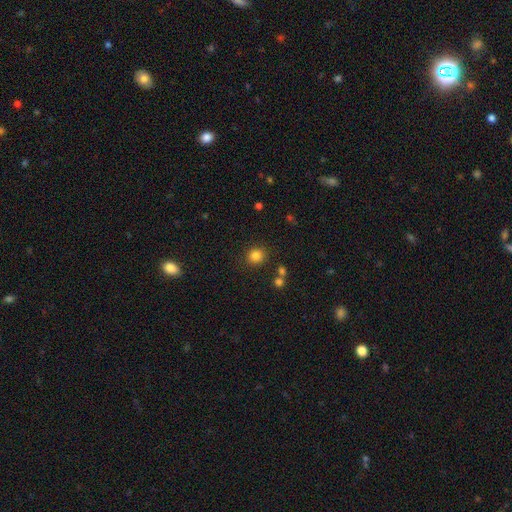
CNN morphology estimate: Overall: smooth (83%). How rounded: round (88%). Merging: none (85%).